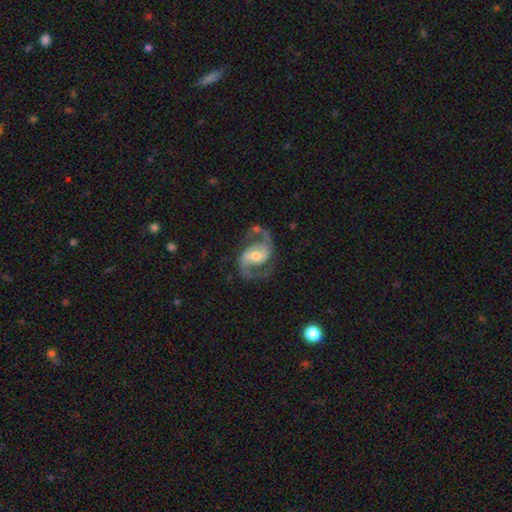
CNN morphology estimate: This is clearly a featured or disk galaxy (91%). It is clearly not viewed edge-on (98%). Bar: marginally weak (43%). Spiral arm pattern: clearly yes (98%). Spiral arm count: clearly 2 (94%). Spiral winding: possibly medium (59%). Central bulge: possibly moderate (53%). Merging: likely none (75%).